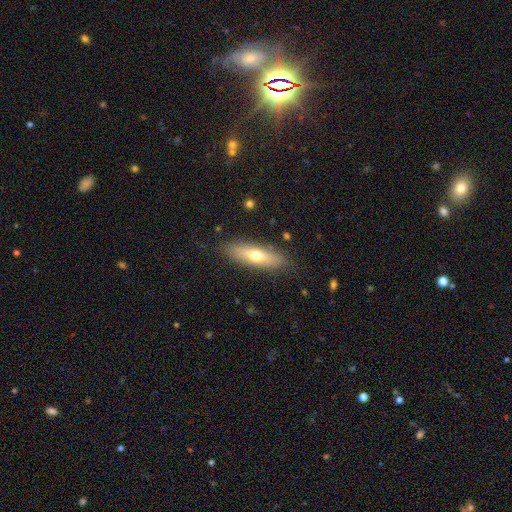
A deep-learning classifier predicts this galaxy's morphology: This appears to be a smooth galaxy with no disk features (58%) that is cigar-shaped (60%). Merging: none (85%).